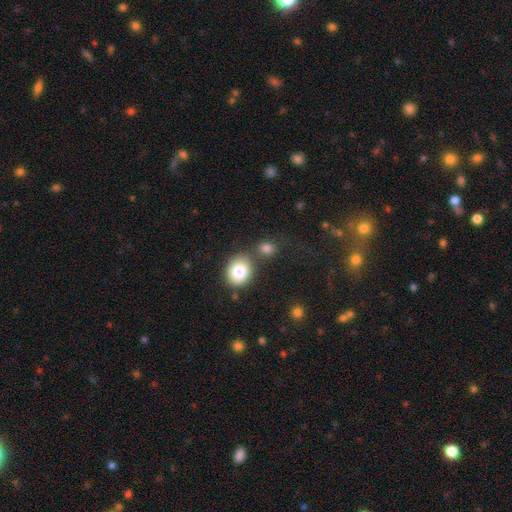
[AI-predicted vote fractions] This is possibly a smooth galaxy (52%). How rounded: clearly round (82%). Merging: likely none (70%).